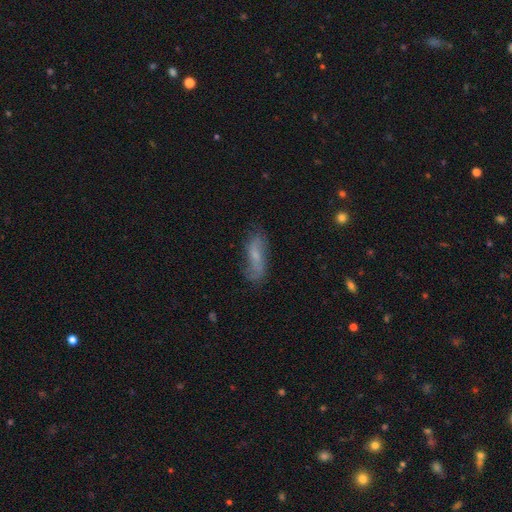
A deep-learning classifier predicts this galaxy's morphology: Smooth or featured? featured or disk (51%)
Edge-on disk? no (82%)
Merging? none (67%)